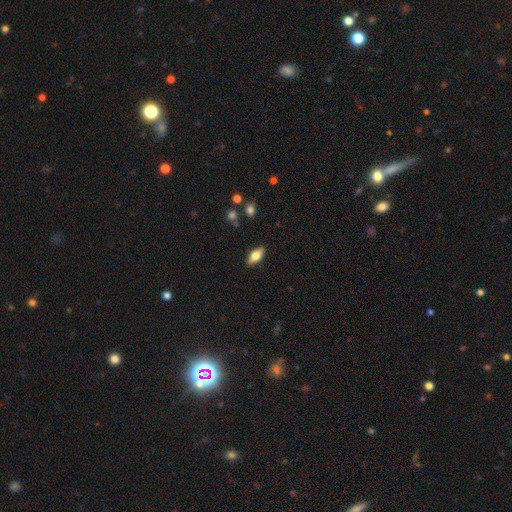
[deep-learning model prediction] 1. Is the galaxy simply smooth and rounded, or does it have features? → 67% smooth, 26% featured or disk, 7% star or artifact.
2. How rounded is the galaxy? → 83% in between, 14% cigar-shaped, 3% round.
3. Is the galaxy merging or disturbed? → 88% none, 9% minor disturbance, 2% major disturbance, 1% merger.